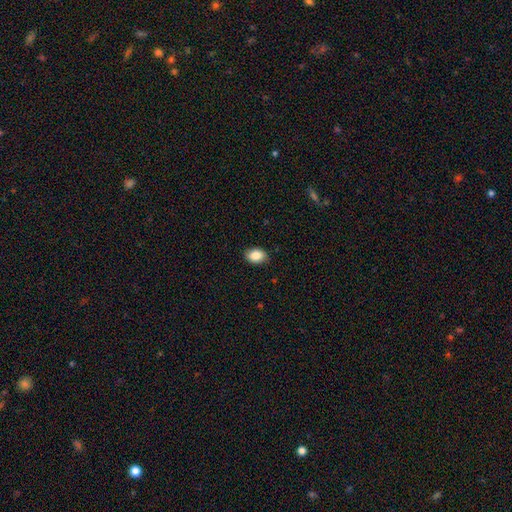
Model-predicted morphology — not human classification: A smooth galaxy with no disk features (87%) that is in between round and cigar-shaped (78%). Merging: none (87%).